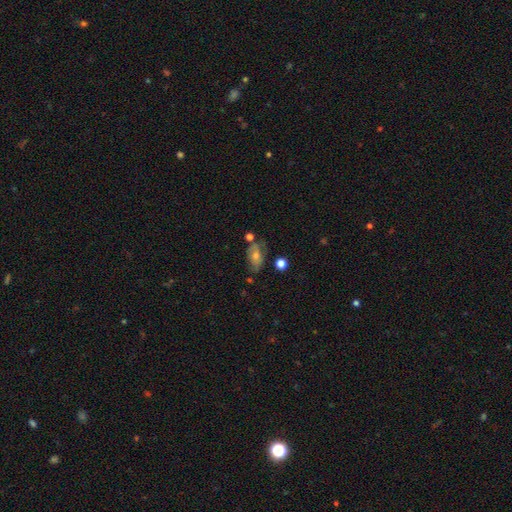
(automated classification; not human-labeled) Morphology: type=featured or disk (48%); merging=none (57%).